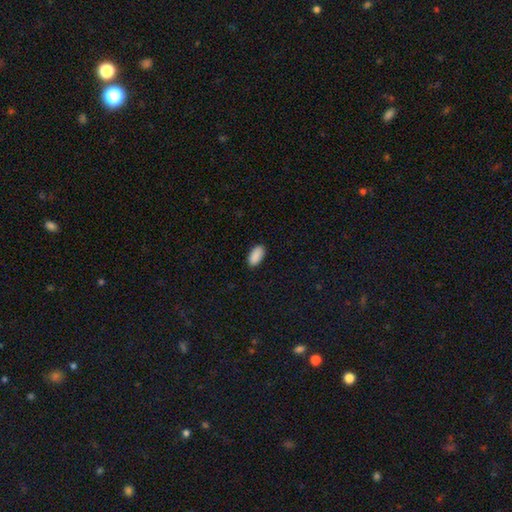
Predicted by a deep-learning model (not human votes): A smooth galaxy with no disk features (91%) that is in between round and cigar-shaped (94%).

Vote fractions:
- Smooth or featured? smooth: 91% / star or artifact: 7% / featured or disk: 2%
- How rounded? in between: 94% / cigar-shaped: 4% / round: 2%
- Merging? none: 89% / minor disturbance: 8% / major disturbance: 2% / merger: 1%